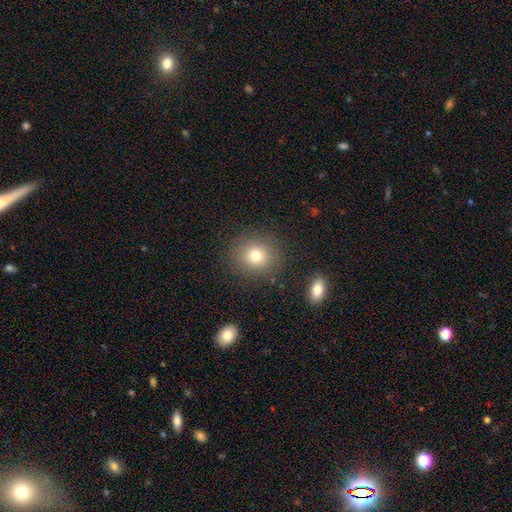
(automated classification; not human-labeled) A smooth galaxy with no disk features (77%) that is round (84%).

Vote fractions:
- Smooth or featured? smooth: 77% / star or artifact: 13% / featured or disk: 9%
- How rounded? round: 84% / in between: 15% / cigar-shaped: 1%
- Merging? none: 87% / minor disturbance: 8% / major disturbance: 3% / merger: 2%